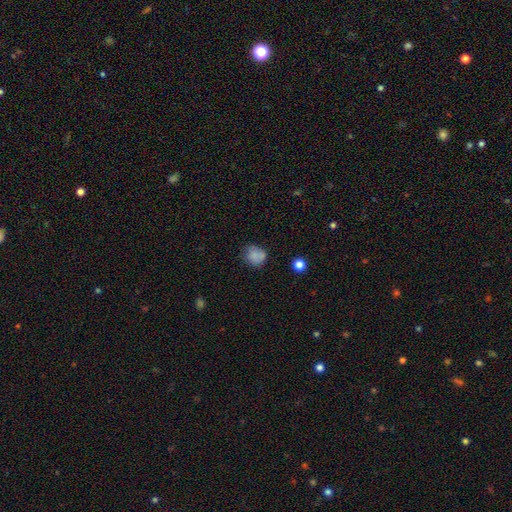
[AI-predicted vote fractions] Overall: smooth (79%). How rounded: round (69%; in between 30%). Merging: none (61%; minor disturbance 25%).